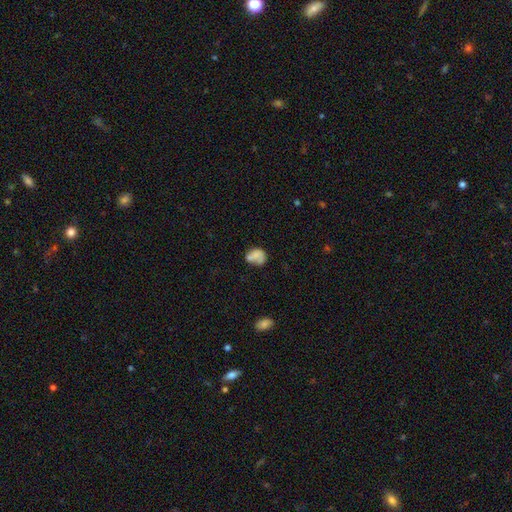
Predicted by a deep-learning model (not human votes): This is likely a smooth galaxy (67%). How rounded: possibly in between (55%). Merging: marginally none (37%).